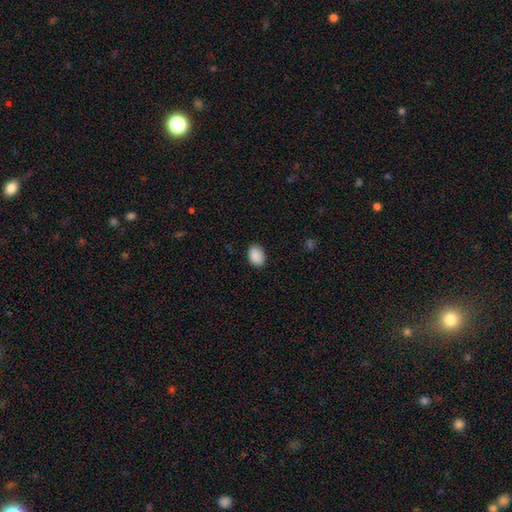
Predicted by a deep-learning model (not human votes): A smooth galaxy with no disk features (90%) that is in between round and cigar-shaped (80%).

Vote fractions:
- Smooth or featured? smooth: 90% / star or artifact: 7% / featured or disk: 3%
- How rounded? in between: 80% / round: 19% / cigar-shaped: 1%
- Merging? none: 85% / minor disturbance: 12% / major disturbance: 2% / merger: 1%